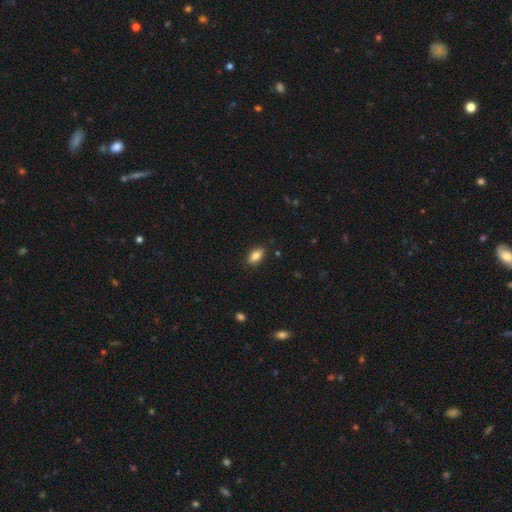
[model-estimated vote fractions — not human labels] Morphology: type=smooth (84%); roundness=in between (89%); merging=none (86%).